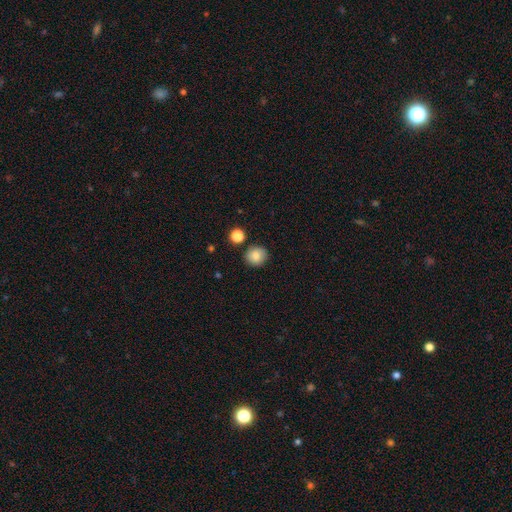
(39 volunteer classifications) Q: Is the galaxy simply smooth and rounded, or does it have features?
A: smooth — 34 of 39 (87%).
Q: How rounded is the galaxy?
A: round — 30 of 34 (88%).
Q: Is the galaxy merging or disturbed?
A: none — 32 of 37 (86%).